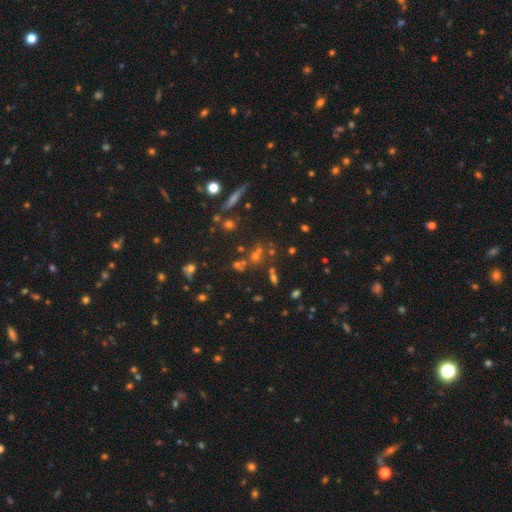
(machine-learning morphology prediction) A star or artifact, not a galaxy (46%).

Vote fractions:
- Smooth or featured? star or artifact: 46% / smooth: 35% / featured or disk: 18%